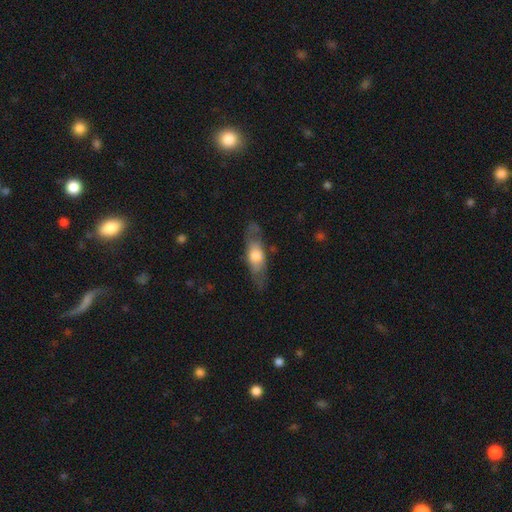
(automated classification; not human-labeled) Smooth or featured? smooth (51%)
How rounded? in between (58%)
Merging? none (69%)